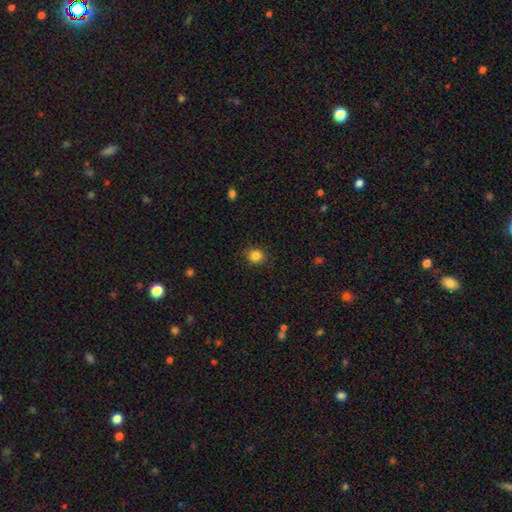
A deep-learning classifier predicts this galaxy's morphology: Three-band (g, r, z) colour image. It shows a smooth galaxy with no disk features (85%) that is round (82%). Merging: none (88%).